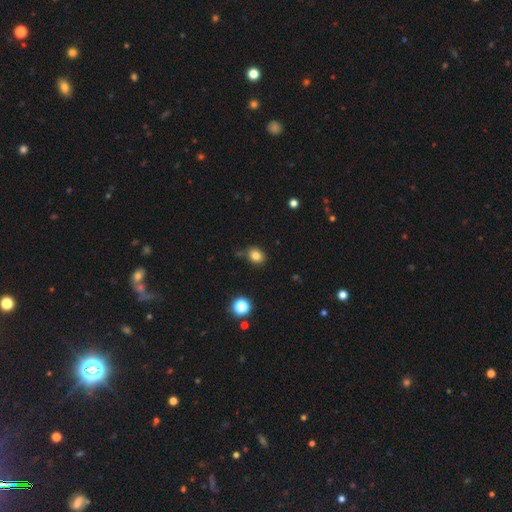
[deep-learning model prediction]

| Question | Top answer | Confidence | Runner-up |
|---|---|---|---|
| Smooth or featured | smooth | 81% | star or artifact (12%) |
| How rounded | round | 51% | in between (48%) |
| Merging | none | 78% | minor disturbance (15%) |